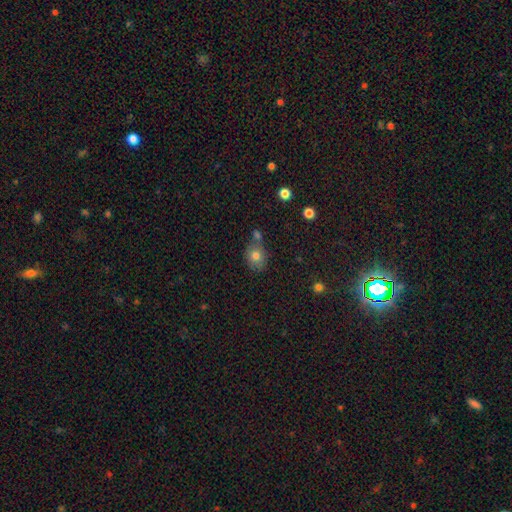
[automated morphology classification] The model was most divided on "how rounded": round: 59%, in between: 40%, cigar-shaped: 1%. More confident: smooth or featured — smooth (77%); merging — none (61%).